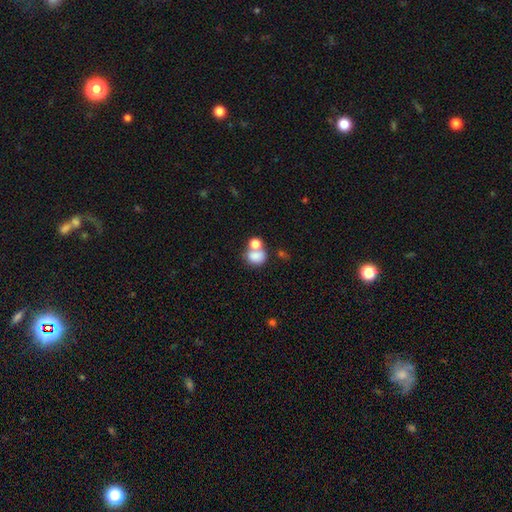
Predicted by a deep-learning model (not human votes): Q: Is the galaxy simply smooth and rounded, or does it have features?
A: smooth — 78%.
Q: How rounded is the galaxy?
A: in between — 51%.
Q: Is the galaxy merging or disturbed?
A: merger — 49%.